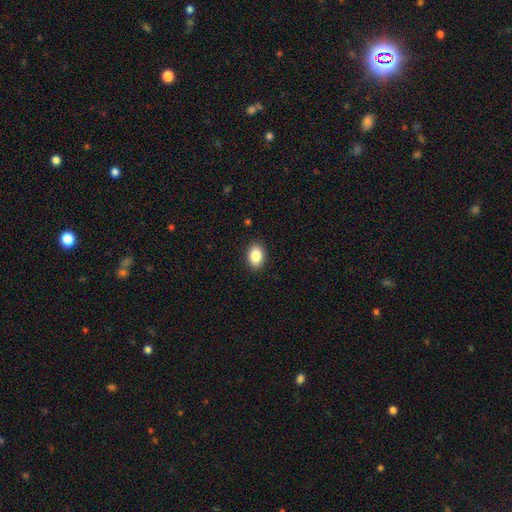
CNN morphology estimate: A smooth galaxy with no disk features (86%) that is in between round and cigar-shaped (83%). Merging: none (89%).